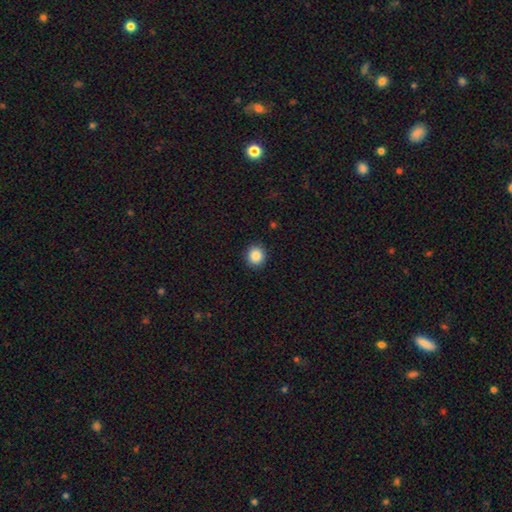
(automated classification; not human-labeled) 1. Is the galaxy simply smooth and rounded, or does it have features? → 88% smooth, 9% star or artifact, 3% featured or disk.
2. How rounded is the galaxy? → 84% round, 15% in between, 1% cigar-shaped.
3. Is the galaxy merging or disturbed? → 91% none, 6% minor disturbance, 2% major disturbance, 1% merger.